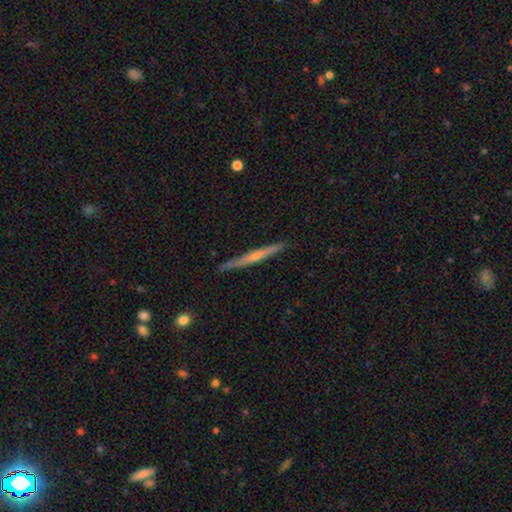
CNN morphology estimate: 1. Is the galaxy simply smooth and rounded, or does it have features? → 57% featured or disk, 37% smooth, 6% star or artifact.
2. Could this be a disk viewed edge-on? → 97% yes, 3% no.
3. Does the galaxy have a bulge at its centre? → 54% none, 40% rounded, 6% boxy.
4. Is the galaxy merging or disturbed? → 89% none, 8% minor disturbance, 1% major disturbance, 1% merger.